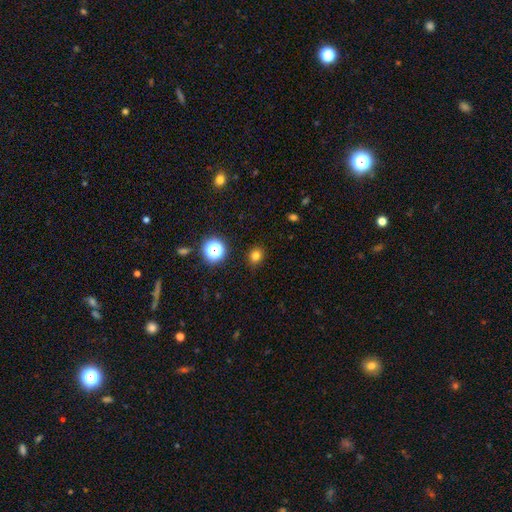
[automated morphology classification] Smooth or featured? smooth (76%)
How rounded? round (72%)
Merging? none (87%)